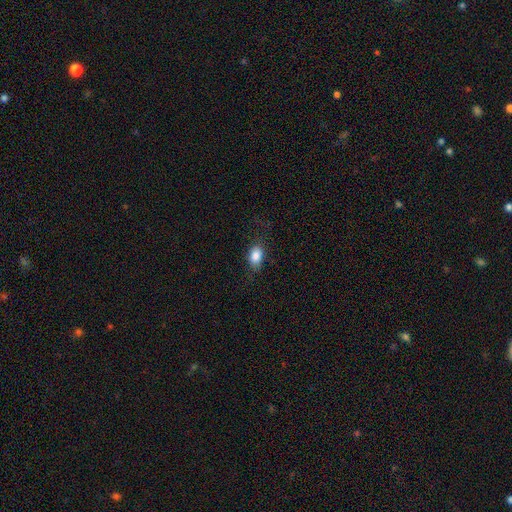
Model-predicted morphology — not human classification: Smooth or featured: smooth — 84% (star or artifact — 8%)
How rounded: in between — 79% (round — 19%)
Merging: none — 74% (minor disturbance — 17%)